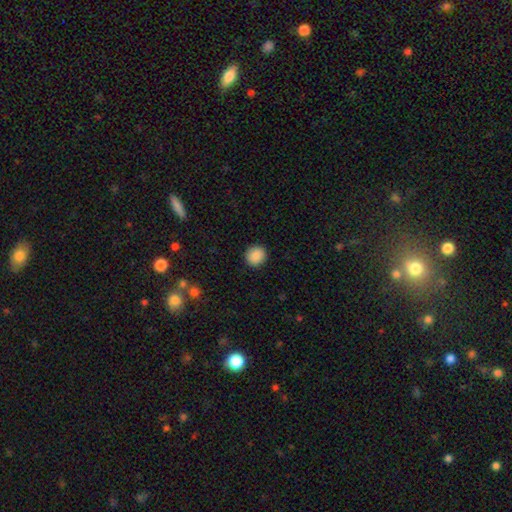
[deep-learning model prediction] A smooth galaxy with no disk features (89%) that is round (86%).

Vote fractions:
- Smooth or featured? smooth: 89% / star or artifact: 8% / featured or disk: 3%
- How rounded? round: 86% / in between: 13% / cigar-shaped: 1%
- Merging? none: 92% / minor disturbance: 5% / major disturbance: 2% / merger: 1%